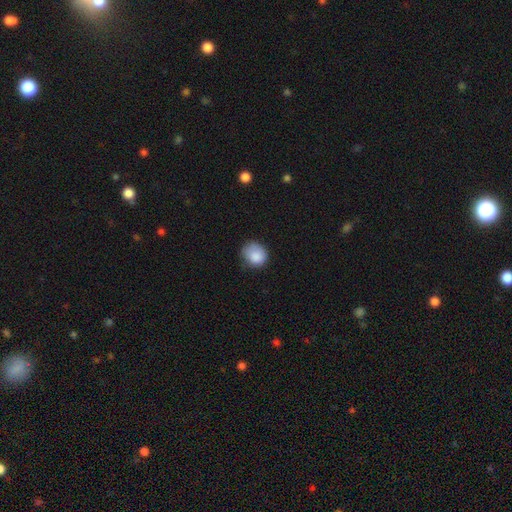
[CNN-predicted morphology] Q: Smooth or featured?
A: smooth (86%); runner-up: star or artifact (8%)
Q: How rounded?
A: round (73%); runner-up: in between (26%)
Q: Merging?
A: none (62%); runner-up: minor disturbance (28%)